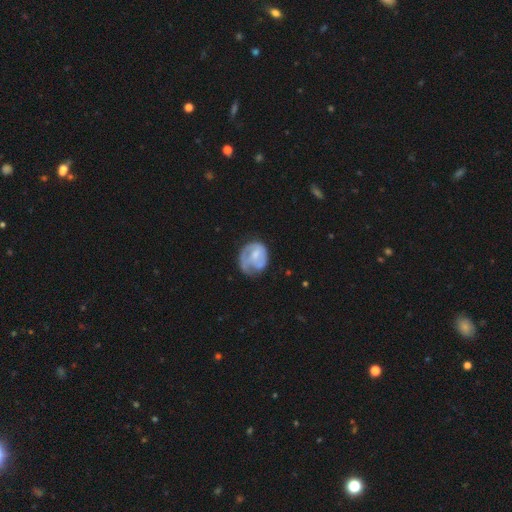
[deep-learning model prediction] This is possibly a featured or disk galaxy (55%). It is clearly not viewed edge-on (98%). Bar: possibly no (57%). Spiral arm pattern: likely yes (61%). Central bulge: marginally small (42%). Merging: marginally none (40%).